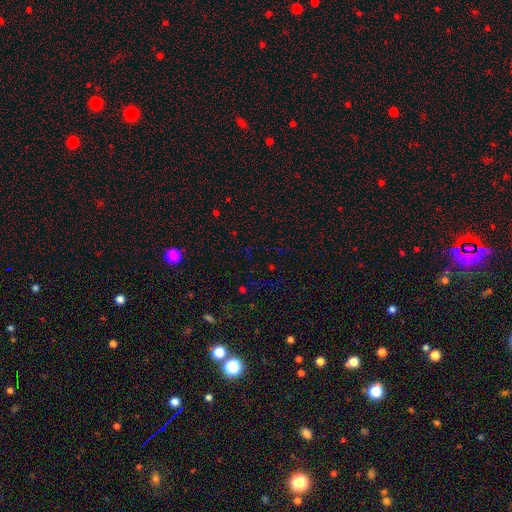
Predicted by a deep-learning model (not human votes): Morphology: type=star or artifact (69%).